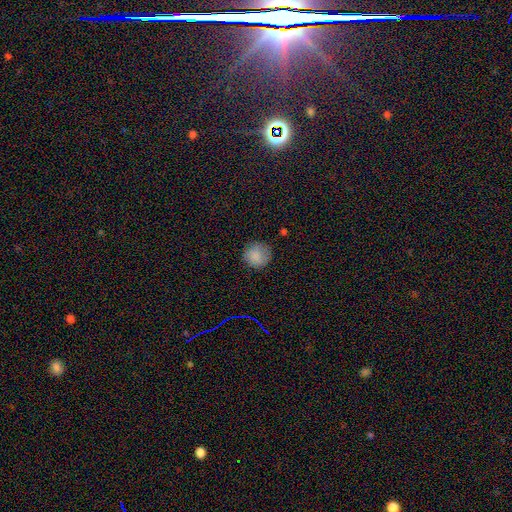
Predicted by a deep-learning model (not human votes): Smooth or featured: smooth — 85% (star or artifact — 9%)
How rounded: round — 93% (in between — 6%)
Merging: none — 83% (minor disturbance — 13%)